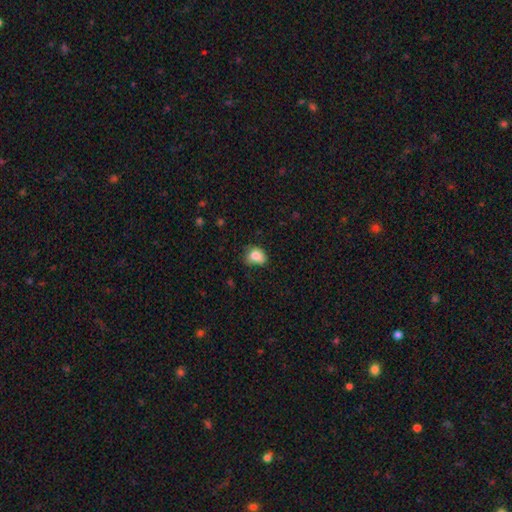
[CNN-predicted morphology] This appears to be a smooth galaxy with no disk features (81%) that is in between round and cigar-shaped (55%). Merging: none (50%).